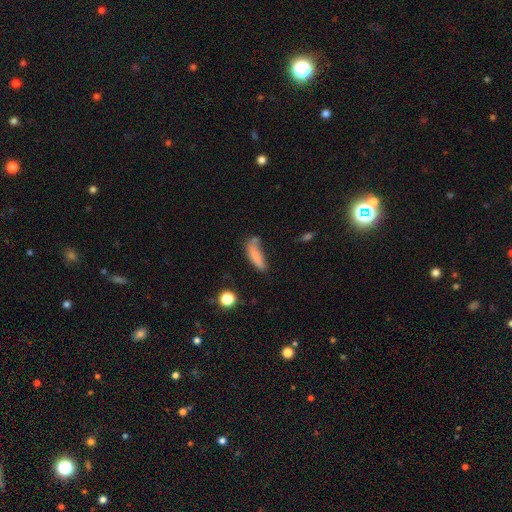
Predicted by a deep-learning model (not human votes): Smooth or featured? smooth (79%)
How rounded? cigar-shaped (57%)
Merging? none (50%)